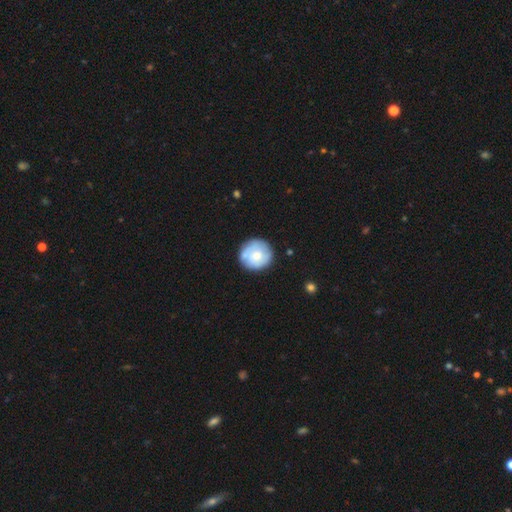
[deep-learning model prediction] This is possibly a smooth galaxy (52%). How rounded: clearly round (90%). Merging: likely none (77%).